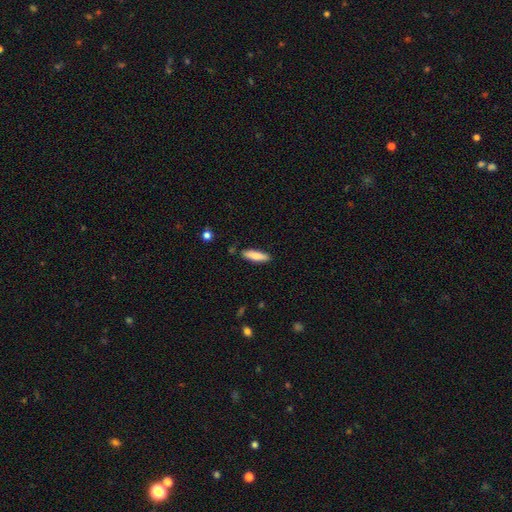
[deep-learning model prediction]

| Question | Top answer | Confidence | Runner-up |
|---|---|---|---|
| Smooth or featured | smooth | 80% | featured or disk (14%) |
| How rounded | cigar-shaped | 64% | in between (34%) |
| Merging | none | 87% | minor disturbance (9%) |